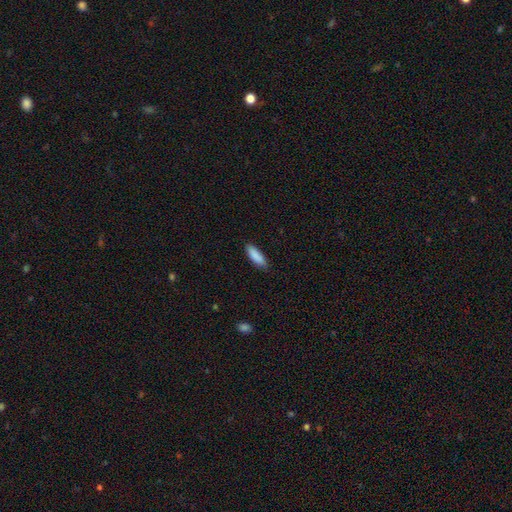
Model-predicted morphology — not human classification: type=smooth (89%); roundness=in between (52%); merging=none (85%).